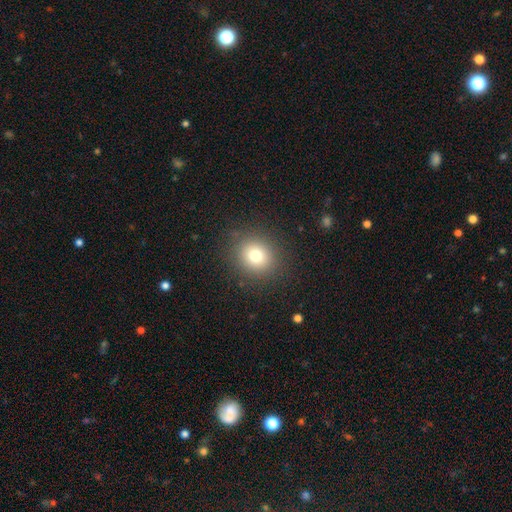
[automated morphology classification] A smooth galaxy with no disk features (76%) that is round (81%).

Vote fractions:
- Smooth or featured? smooth: 76% / star or artifact: 14% / featured or disk: 10%
- How rounded? round: 81% / in between: 18% / cigar-shaped: 1%
- Merging? none: 87% / minor disturbance: 8% / major disturbance: 4% / merger: 1%